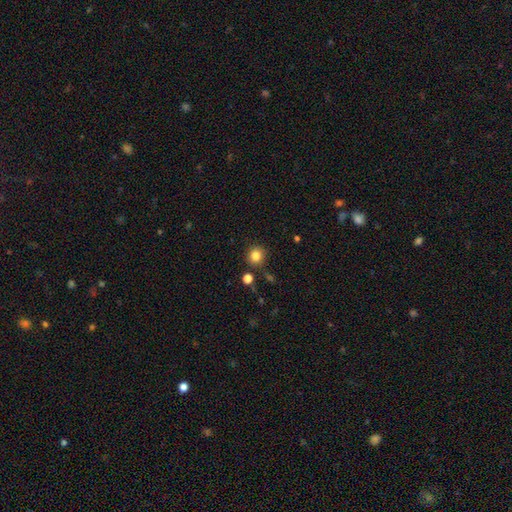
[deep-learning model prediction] Q: Smooth or featured?
A: smooth (82%); runner-up: star or artifact (12%)
Q: How rounded?
A: round (89%); runner-up: in between (10%)
Q: Merging?
A: none (85%); runner-up: minor disturbance (8%)